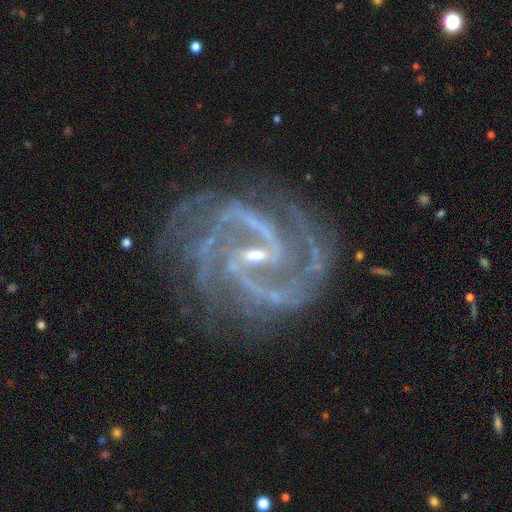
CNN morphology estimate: A featured or disk galaxy (93%) with a weak bar (43%), 2 (65%) medium (53%) spiral arms (98%) and a small central bulge (67%). Merging: none (69%).